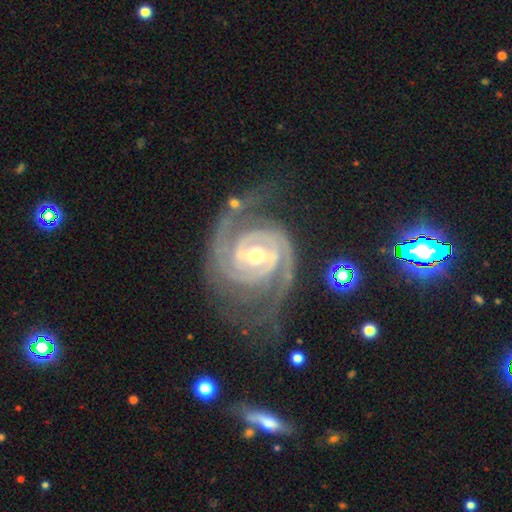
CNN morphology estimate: type=featured or disk (94%); edge-on=no (98%); bar=strong (42%); spiral arms=yes (99%); winding=tight (67%); arm count=2 (73%); bulge=moderate (60%); merging=none (66%).